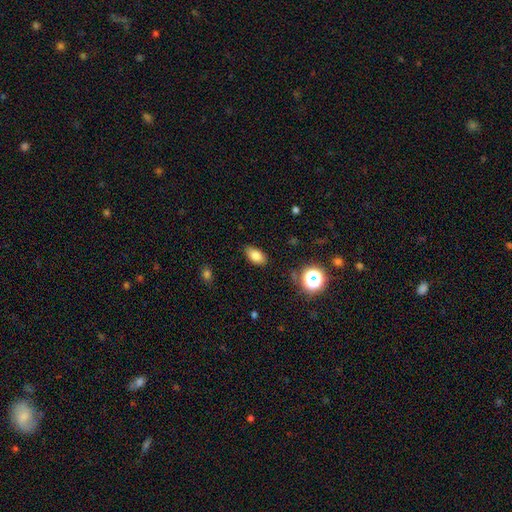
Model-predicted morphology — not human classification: The model was most divided on "smooth or featured": smooth: 81%, star or artifact: 11%, featured or disk: 8%. More confident: how rounded — in between (89%); merging — none (84%).